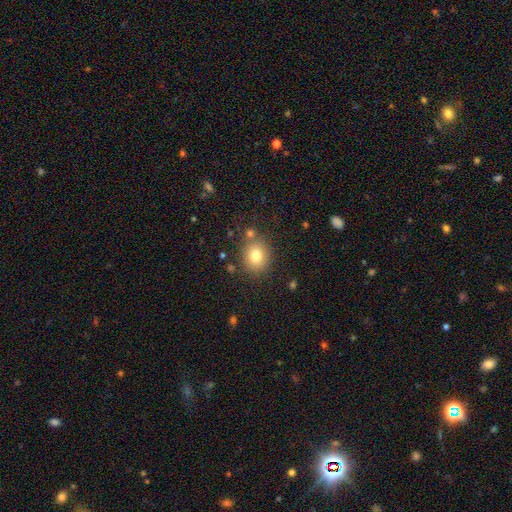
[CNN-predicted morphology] Q: Smooth or featured?
A: smooth (78%); runner-up: star or artifact (12%)
Q: How rounded?
A: round (71%); runner-up: in between (28%)
Q: Merging?
A: none (79%); runner-up: minor disturbance (10%)